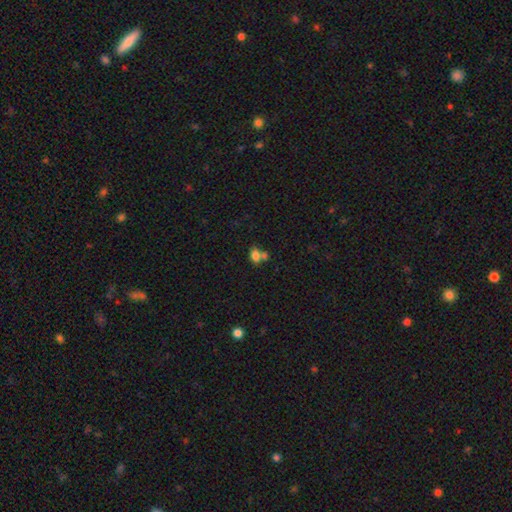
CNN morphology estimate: A smooth galaxy with no disk features (78%) that is in between round and cigar-shaped (69%). Merging: merger (46%).